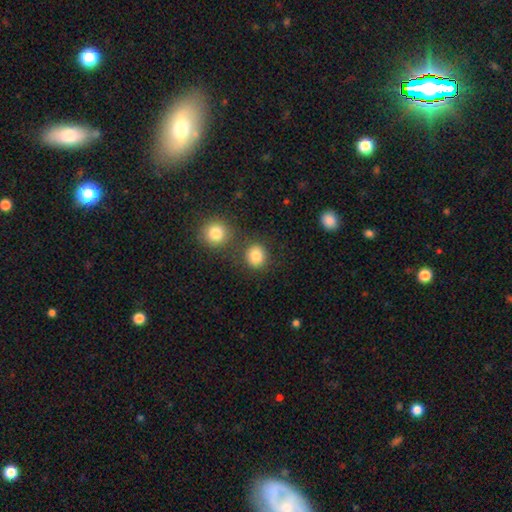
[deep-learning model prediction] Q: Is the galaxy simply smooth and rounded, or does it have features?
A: smooth — 83%.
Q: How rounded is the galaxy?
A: round — 83%.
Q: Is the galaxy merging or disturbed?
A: none — 77%.